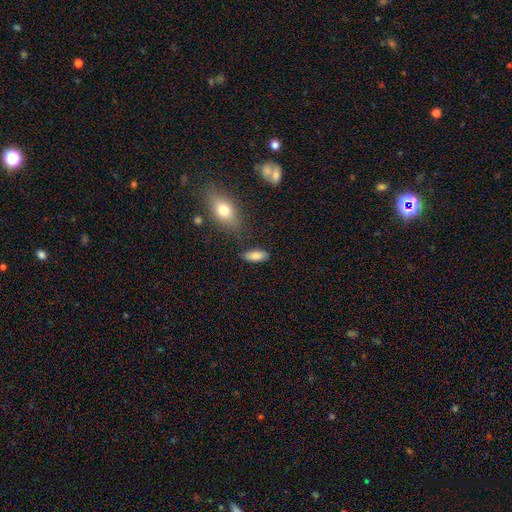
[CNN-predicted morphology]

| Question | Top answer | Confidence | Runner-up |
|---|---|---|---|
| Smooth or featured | smooth | 84% | featured or disk (9%) |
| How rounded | in between | 83% | cigar-shaped (15%) |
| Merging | none | 80% | minor disturbance (13%) |